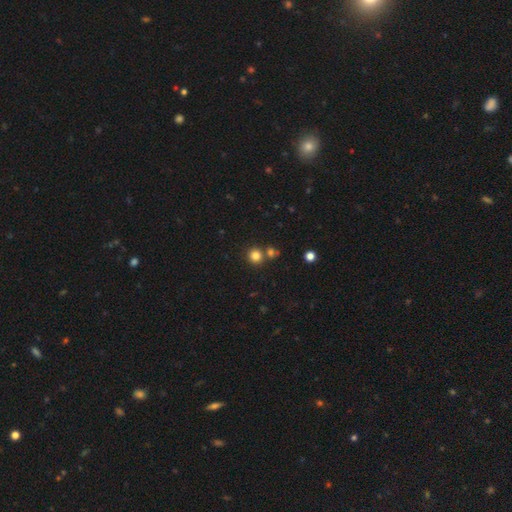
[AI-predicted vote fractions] smooth_or_featured: smooth (p=0.81) [alt: star or artifact p=0.14]
how_rounded: round (p=0.91) [alt: in between p=0.08]
merging: none (p=0.72) [alt: merger p=0.18]